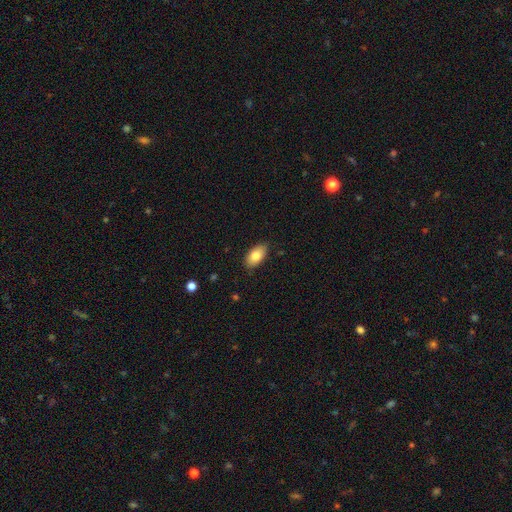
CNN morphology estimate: Q: Smooth or featured?
A: smooth (82%); runner-up: featured or disk (11%)
Q: How rounded?
A: in between (93%); runner-up: round (5%)
Q: Merging?
A: none (86%); runner-up: minor disturbance (11%)